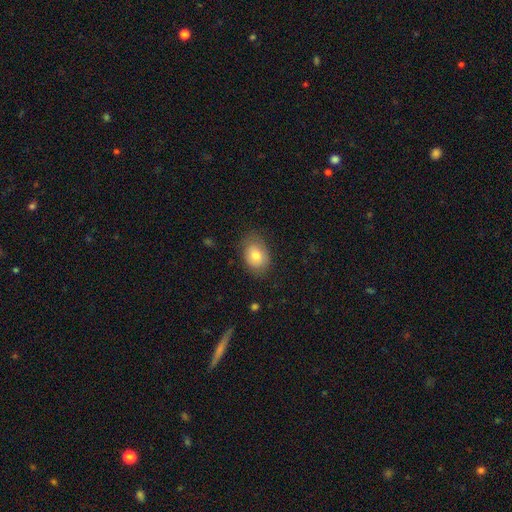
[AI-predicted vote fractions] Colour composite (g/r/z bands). It shows a smooth galaxy with no disk features (78%) that is in between round and cigar-shaped (75%). Merging: none (74%).